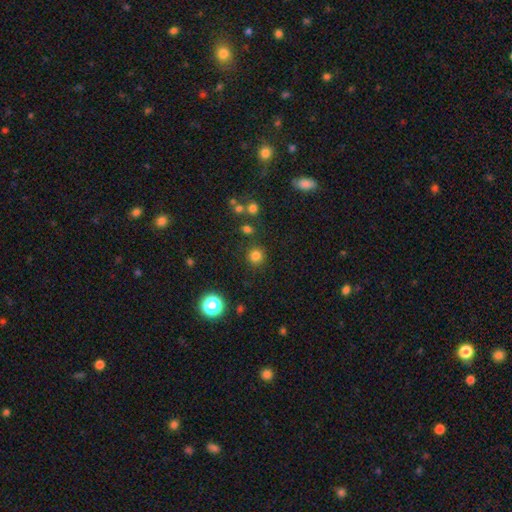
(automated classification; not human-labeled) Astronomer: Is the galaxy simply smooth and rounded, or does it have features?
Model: smooth — 79%.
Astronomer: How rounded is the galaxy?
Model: round — 92%.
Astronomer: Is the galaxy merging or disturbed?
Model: none — 86%.